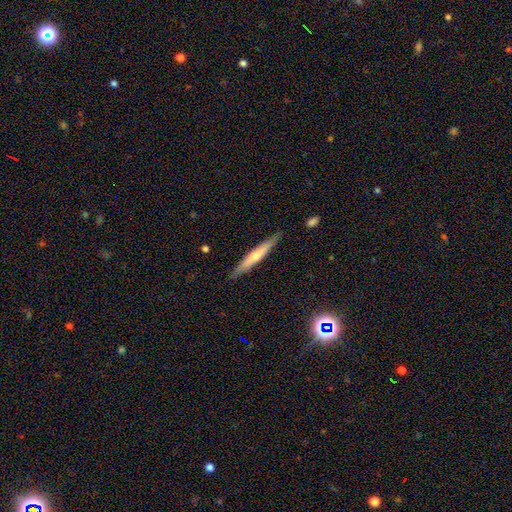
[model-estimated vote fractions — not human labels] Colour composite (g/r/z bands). It shows a smooth galaxy with no disk features (49%). Merging: none (88%).